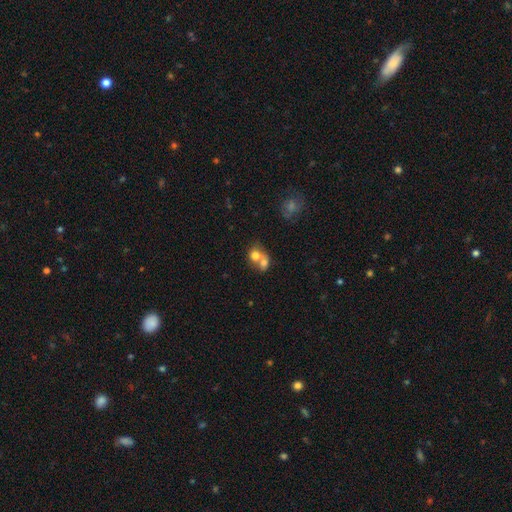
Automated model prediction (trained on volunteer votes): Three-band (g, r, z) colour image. It shows a smooth galaxy with no disk features (70%) that is round (63%). Merging: merger (71%).